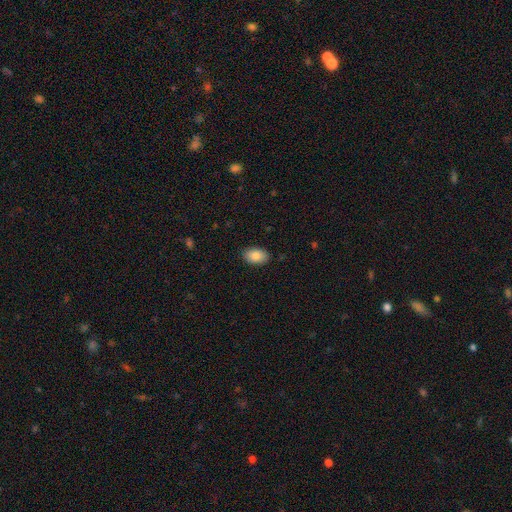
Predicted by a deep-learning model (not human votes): smooth_or_featured: smooth (p=0.86) [alt: star or artifact p=0.07]
how_rounded: in between (p=0.91) [alt: round p=0.08]
merging: none (p=0.88) [alt: minor disturbance p=0.09]